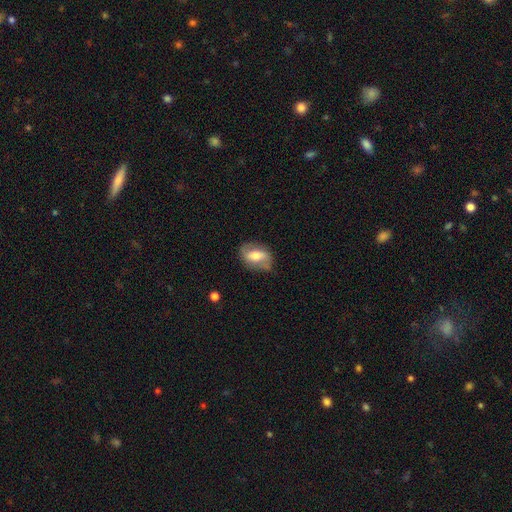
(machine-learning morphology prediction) smooth_or_featured: featured or disk (p=0.55) [alt: smooth p=0.38]
disk_edge_on: no (p=0.93) [alt: yes p=0.07]
bar: weak (p=0.38) [alt: strong p=0.33]
has_spiral_arms: yes (p=0.77) [alt: no p=0.23]
bulge_size: moderate (p=0.59) [alt: small p=0.26]
merging: none (p=0.70) [alt: minor disturbance p=0.21]